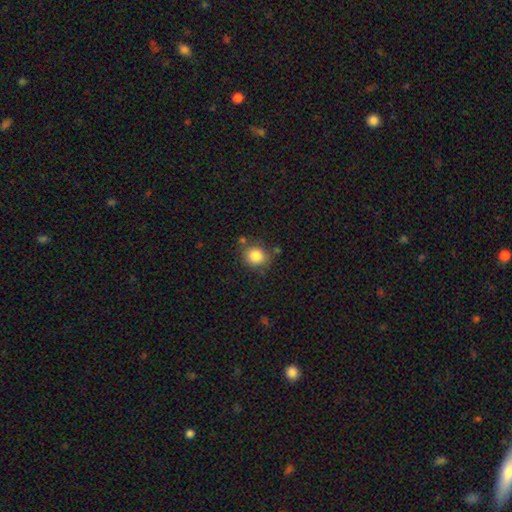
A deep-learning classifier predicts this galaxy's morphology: type=smooth (85%); roundness=round (75%); merging=none (74%).